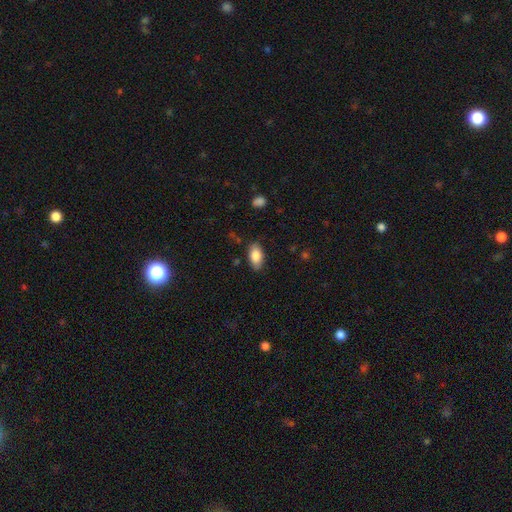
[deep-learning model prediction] smooth-or-featured: smooth: 83% | featured or disk: 10% | star or artifact: 7%
  how-rounded: in between: 92% | cigar-shaped: 4% | round: 4%
  merging: none: 84% | minor disturbance: 12% | major disturbance: 3% | merger: 1%